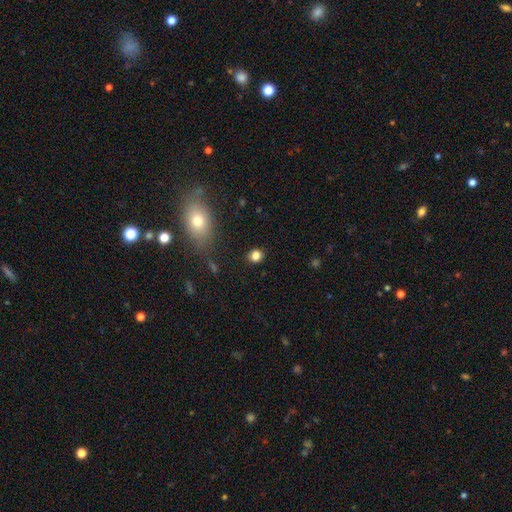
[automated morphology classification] This is clearly a smooth galaxy (82%). How rounded: likely round (66%). Merging: clearly none (84%).